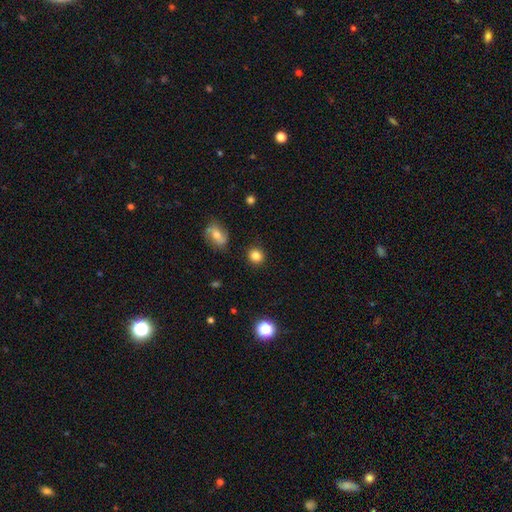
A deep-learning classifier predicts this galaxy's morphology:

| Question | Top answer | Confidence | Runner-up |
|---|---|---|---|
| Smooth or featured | smooth | 84% | star or artifact (11%) |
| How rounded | round | 88% | in between (11%) |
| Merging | none | 89% | minor disturbance (7%) |